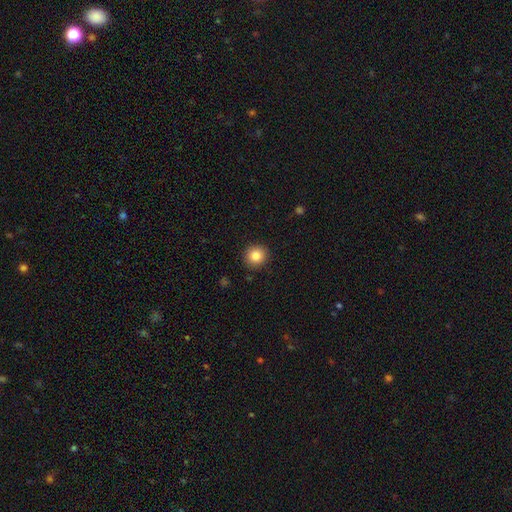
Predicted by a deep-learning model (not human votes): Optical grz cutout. It shows a smooth galaxy with no disk features (85%) that is round (93%). Merging: none (91%).